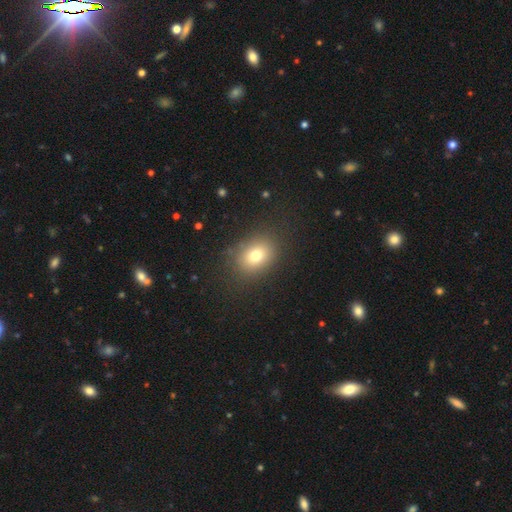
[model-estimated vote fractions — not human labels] The model was most divided on "how rounded": in between: 57%, round: 42%, cigar-shaped: 1%. More confident: merging — none (84%); smooth or featured — smooth (75%).